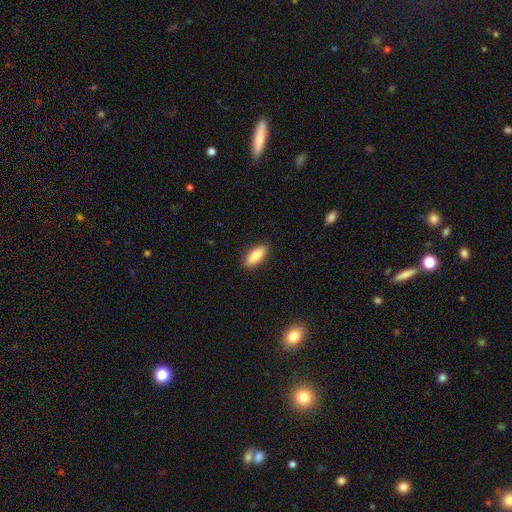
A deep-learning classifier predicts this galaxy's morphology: A smooth galaxy with no disk features (86%) that is in between round and cigar-shaped (70%).

Vote fractions:
- Smooth or featured? smooth: 86% / featured or disk: 8% / star or artifact: 6%
- How rounded? in between: 70% / cigar-shaped: 28% / round: 2%
- Merging? none: 89% / minor disturbance: 8% / major disturbance: 2% / merger: 1%